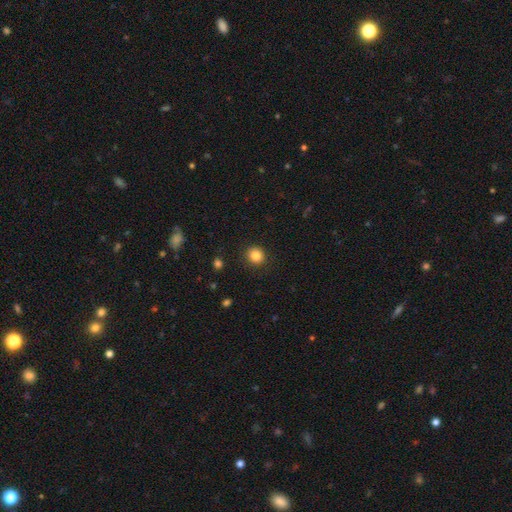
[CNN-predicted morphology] A smooth galaxy with no disk features (84%) that is round (87%).

Vote fractions:
- Smooth or featured? smooth: 84% / star or artifact: 11% / featured or disk: 5%
- How rounded? round: 87% / in between: 12% / cigar-shaped: 1%
- Merging? none: 91% / minor disturbance: 6% / major disturbance: 2% / merger: 1%